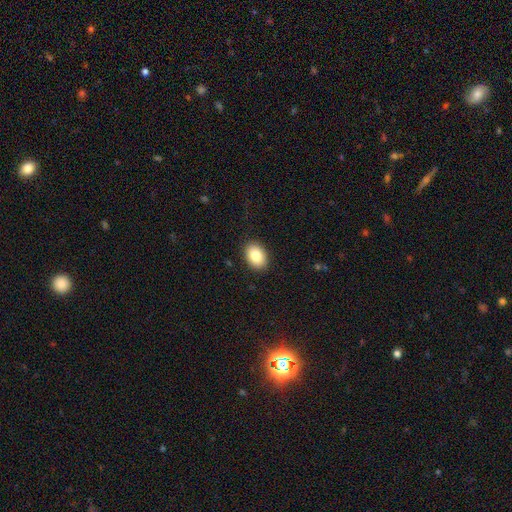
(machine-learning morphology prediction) Overall: smooth (85%). How rounded: in between (77%). Merging: none (90%).